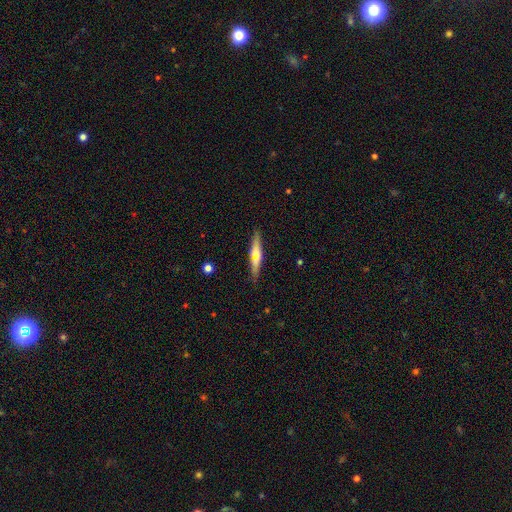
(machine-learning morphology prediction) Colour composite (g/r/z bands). It shows a featured or disk galaxy (52%) viewed edge-on (92%). Merging: none (85%).